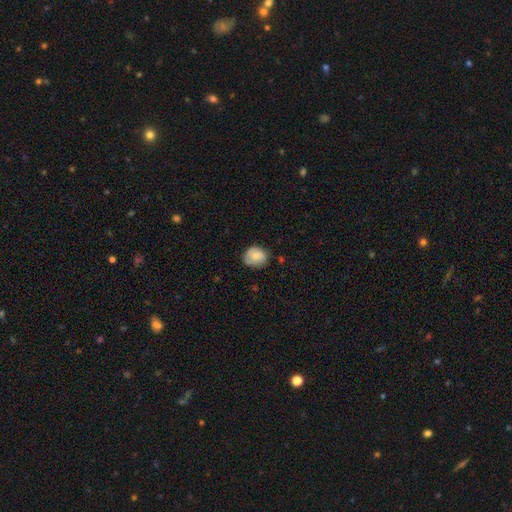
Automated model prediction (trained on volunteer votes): smooth 78%, featured or disk 15%, star or artifact 8%. Down the decision tree: how rounded — round (66%); merging — none (72%).